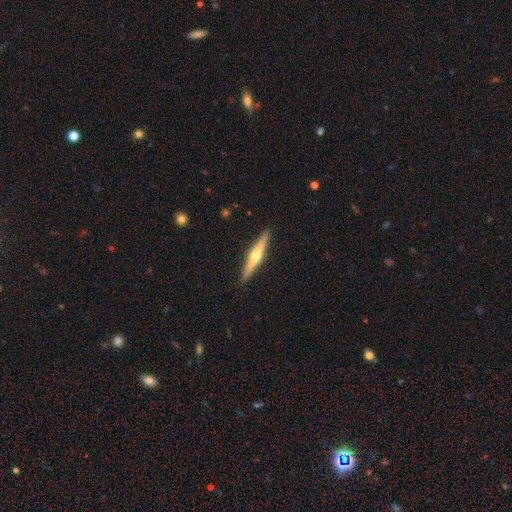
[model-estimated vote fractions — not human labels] Smooth or featured?
  - featured or disk: 66% *
  - smooth: 29%
  - star or artifact: 5%
Edge-on disk?
  - yes: 97% *
  - no: 3%
Edge-on bulge?
  - rounded: 91% *
  - none: 6%
  - boxy: 3%
Merging?
  - none: 91% *
  - minor disturbance: 6%
  - major disturbance: 1%
  - merger: 1%